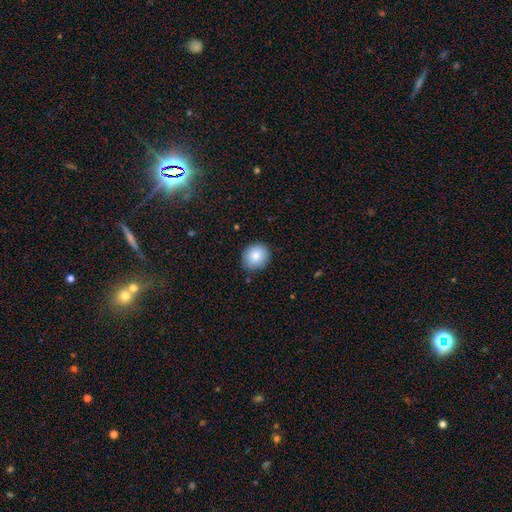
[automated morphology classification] Smooth or featured?
  - smooth: 83% *
  - featured or disk: 9%
  - star or artifact: 8%
How rounded?
  - round: 75% *
  - in between: 24%
  - cigar-shaped: 1%
Merging?
  - none: 84% *
  - minor disturbance: 12%
  - major disturbance: 2%
  - merger: 1%